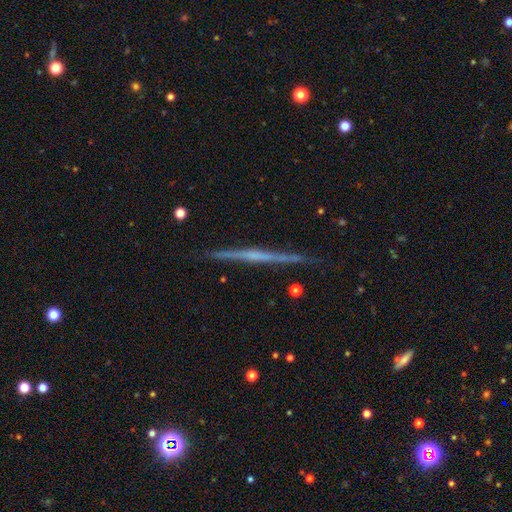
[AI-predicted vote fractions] smooth-or-featured: featured or disk: 73% | smooth: 21% | star or artifact: 6%
  disk-edge-on: yes: 98% | no: 2%
    edge-on-bulge: none: 67% | rounded: 24% | boxy: 9%
  merging: none: 90% | minor disturbance: 7% | major disturbance: 1% | merger: 1%